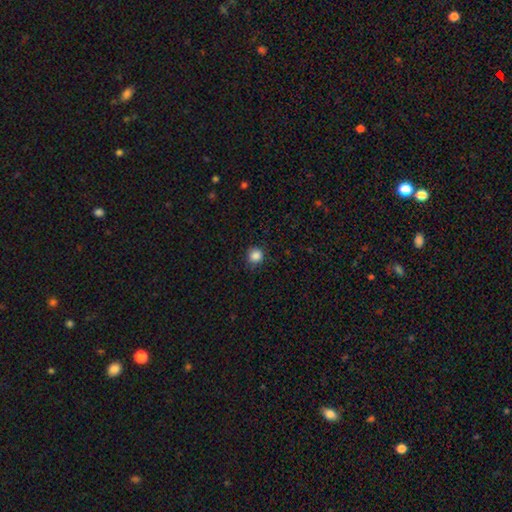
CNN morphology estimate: Smooth or featured: smooth — 86% (star or artifact — 11%)
How rounded: round — 90% (in between — 9%)
Merging: none — 83% (minor disturbance — 13%)